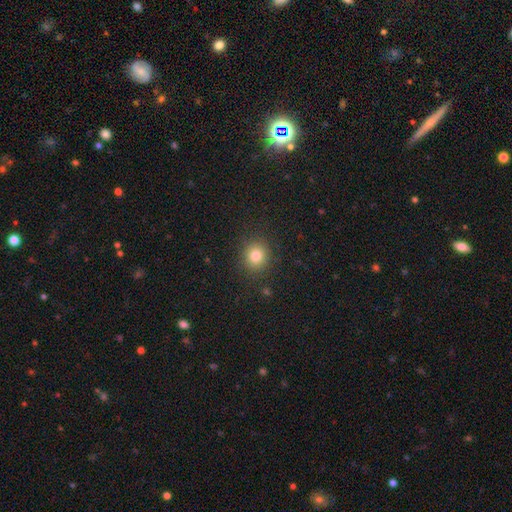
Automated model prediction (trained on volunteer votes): A smooth galaxy with no disk features (82%) that is round (80%). Merging: none (89%).